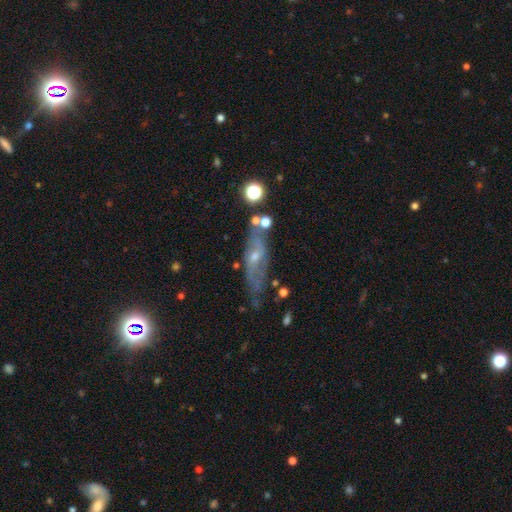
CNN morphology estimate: Q: Smooth or featured?
A: featured or disk (63%); runner-up: smooth (22%)
Q: Edge-on disk?
A: no (61%); runner-up: yes (39%)
Q: Merging?
A: none (63%); runner-up: minor disturbance (21%)